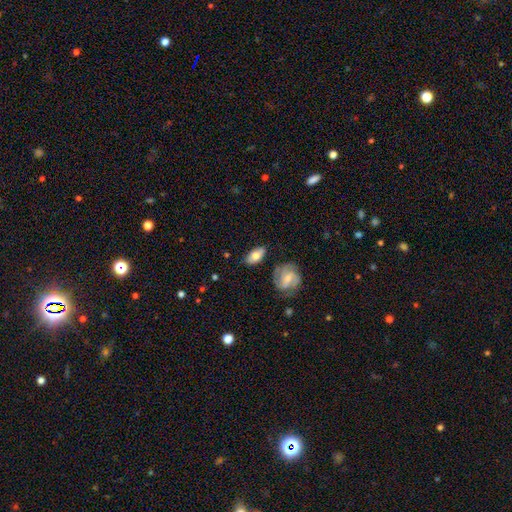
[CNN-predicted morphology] A smooth galaxy with no disk features (66%) that is in between round and cigar-shaped (86%).

Vote fractions:
- Smooth or featured? smooth: 66% / featured or disk: 28% / star or artifact: 6%
- How rounded? in between: 86% / round: 7% / cigar-shaped: 7%
- Merging? none: 72% / minor disturbance: 19% / major disturbance: 5% / merger: 4%